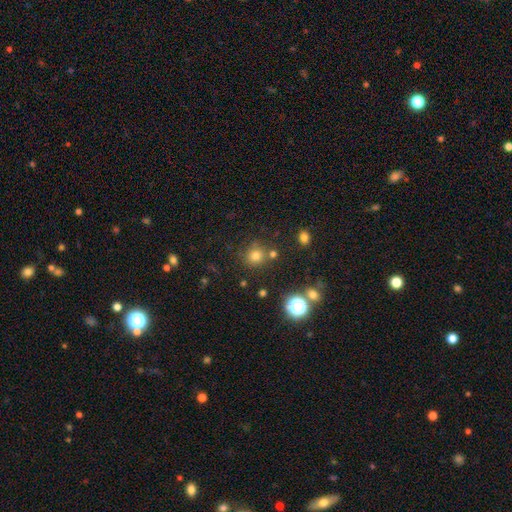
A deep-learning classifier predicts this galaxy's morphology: The model was most divided on "smooth or featured": smooth: 73%, star or artifact: 20%, featured or disk: 7%. More confident: how rounded — round (89%); merging — none (75%).